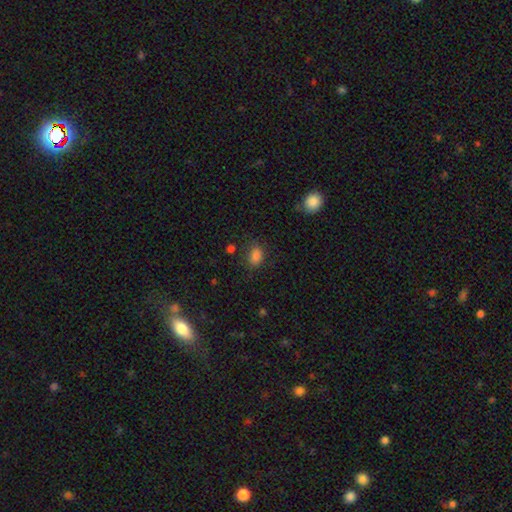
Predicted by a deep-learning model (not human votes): Smooth or featured? Predicted: smooth (p=0.83). How rounded? Predicted: in between (p=0.82). Merging? Predicted: none (p=0.70).